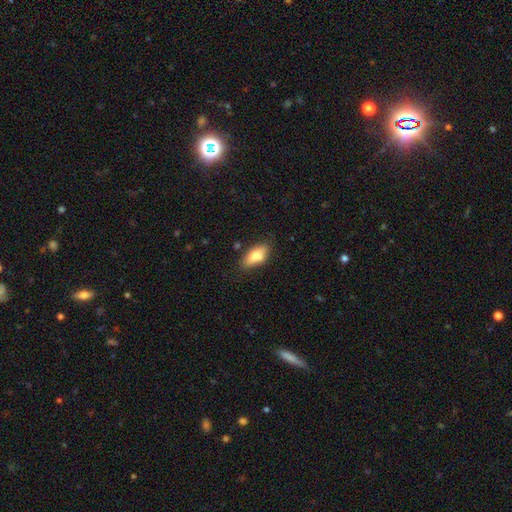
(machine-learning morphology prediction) A smooth galaxy with no disk features (76%) that is in between round and cigar-shaped (86%). Merging: none (75%).